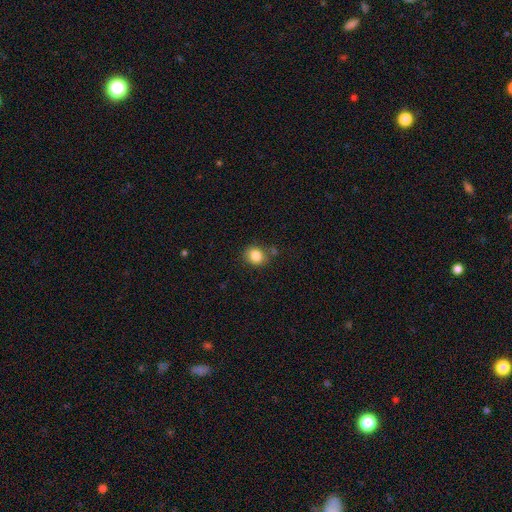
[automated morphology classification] This appears to be a smooth galaxy with no disk features (85%) that is round (68%). Merging: none (76%).